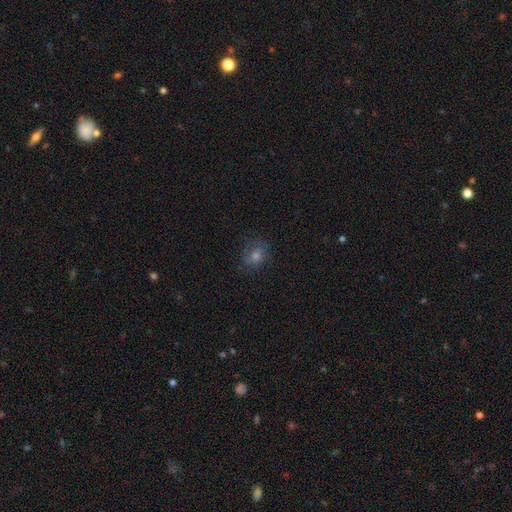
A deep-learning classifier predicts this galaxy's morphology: A smooth galaxy with no disk features (44%).

Vote fractions:
- Smooth or featured? smooth: 44% / featured or disk: 34% / star or artifact: 22%
- Merging? none: 73% / minor disturbance: 17% / major disturbance: 8% / merger: 1%